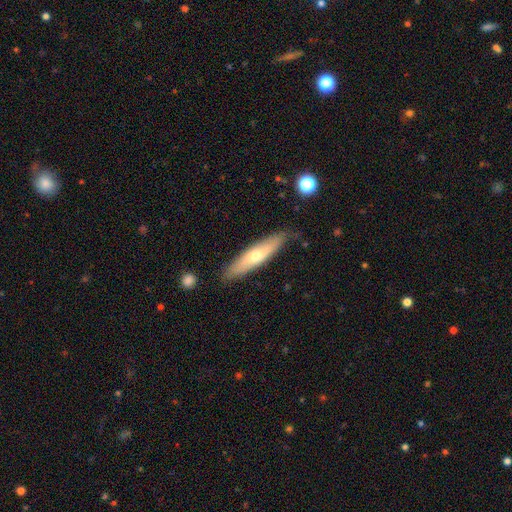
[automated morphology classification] Q: Smooth or featured?
A: smooth (54%); runner-up: featured or disk (41%)
Q: How rounded?
A: cigar-shaped (78%); runner-up: in between (20%)
Q: Merging?
A: none (80%); runner-up: minor disturbance (15%)